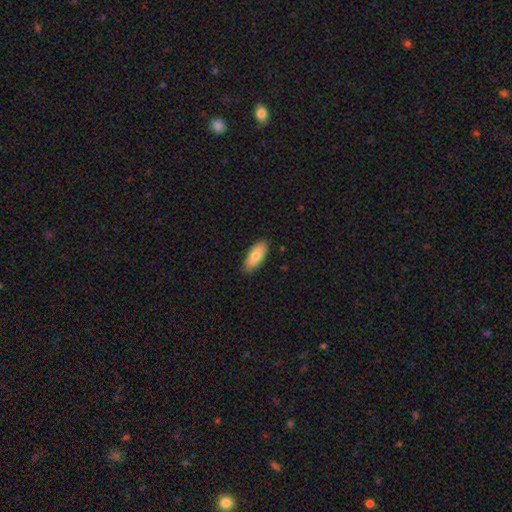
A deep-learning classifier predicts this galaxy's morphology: The model was most divided on "how rounded": in between: 81%, cigar-shaped: 17%, round: 2%. More confident: merging — none (86%); smooth or featured — smooth (81%).